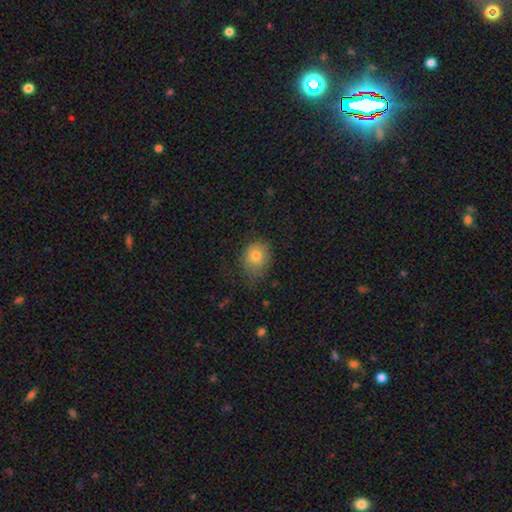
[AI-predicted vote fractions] A smooth galaxy with no disk features (78%) that is round (62%). Merging: none (61%).